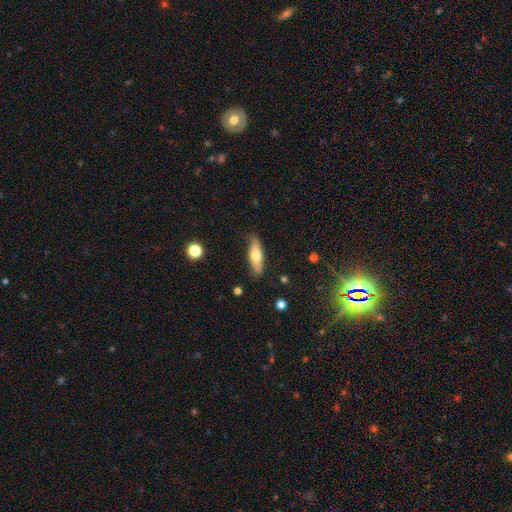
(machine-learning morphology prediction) Overall: smooth (61%; featured or disk 33%). How rounded: in between (51%; cigar-shaped 46%). Merging: none (80%).